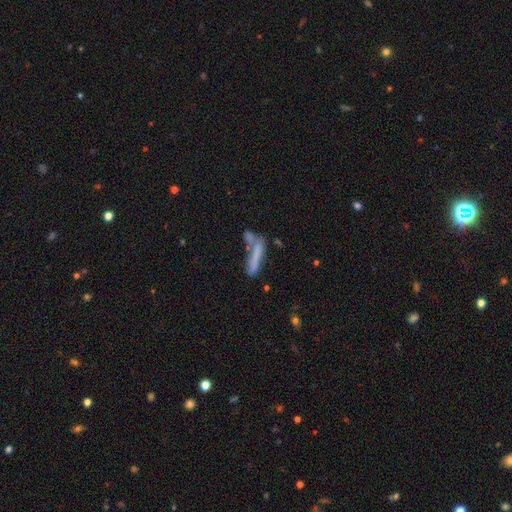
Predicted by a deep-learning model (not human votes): smooth_or_featured: smooth (p=0.61) [alt: featured or disk p=0.28]
how_rounded: cigar-shaped (p=0.88) [alt: in between p=0.10]
merging: none (p=0.41) [alt: merger p=0.31]